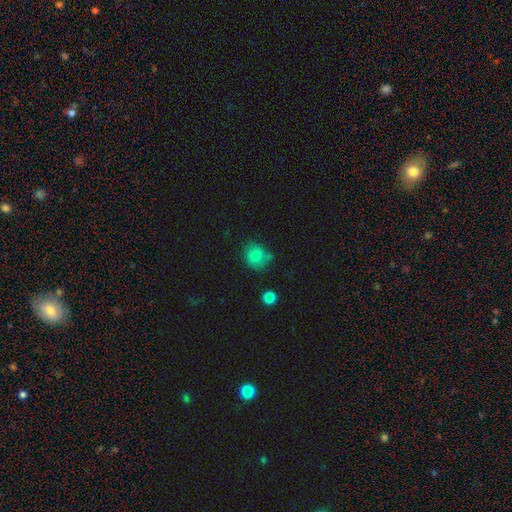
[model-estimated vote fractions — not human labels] Q: Smooth or featured?
A: smooth (82%); runner-up: star or artifact (11%)
Q: How rounded?
A: round (77%); runner-up: in between (22%)
Q: Merging?
A: none (62%); runner-up: minor disturbance (25%)